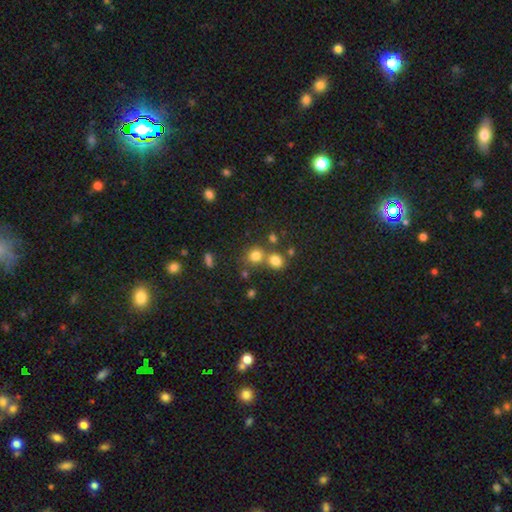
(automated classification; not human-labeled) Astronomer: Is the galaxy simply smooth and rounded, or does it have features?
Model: smooth — 76%.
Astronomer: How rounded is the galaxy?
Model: round — 84%.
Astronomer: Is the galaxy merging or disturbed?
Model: none — 56% (runner-up: merger, 33%).